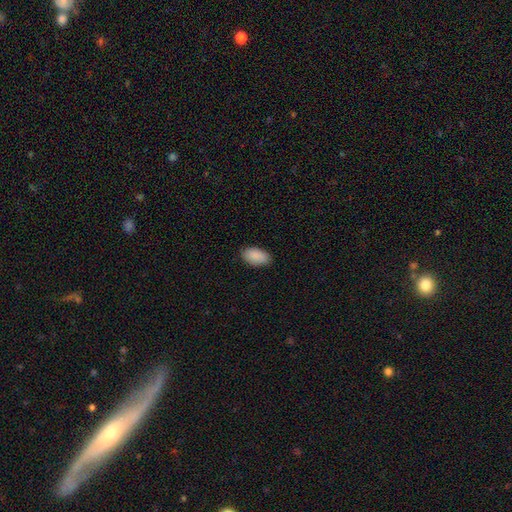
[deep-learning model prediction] Smooth or featured: smooth — 91% (star or artifact — 6%)
How rounded: in between — 95% (round — 3%)
Merging: none — 86% (minor disturbance — 11%)